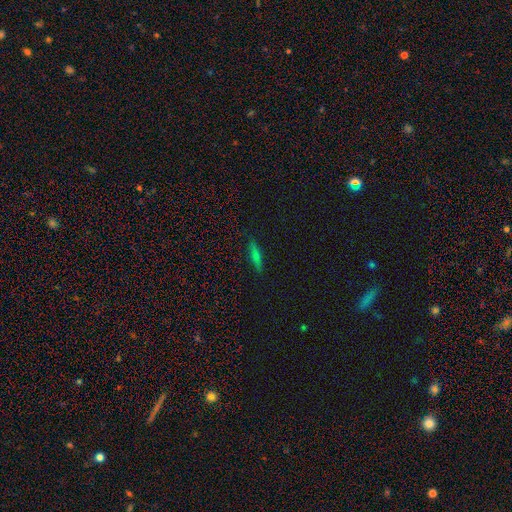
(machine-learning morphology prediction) A smooth galaxy with no disk features (49%). Merging: none (88%).